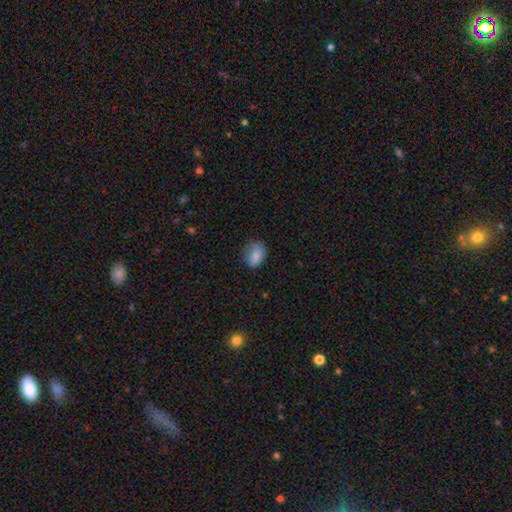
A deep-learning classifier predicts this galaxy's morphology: Smooth or featured: smooth — 84% (star or artifact — 9%)
How rounded: in between — 64% (round — 35%)
Merging: none — 68% (minor disturbance — 24%)